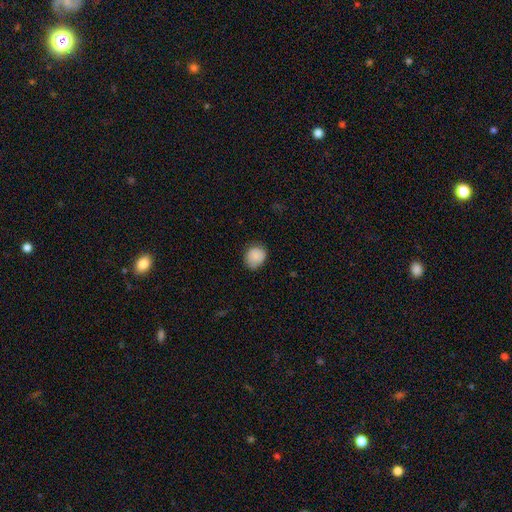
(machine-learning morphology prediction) Q: Smooth or featured?
A: smooth (87%); runner-up: star or artifact (7%)
Q: How rounded?
A: round (69%); runner-up: in between (30%)
Q: Merging?
A: none (74%); runner-up: minor disturbance (21%)